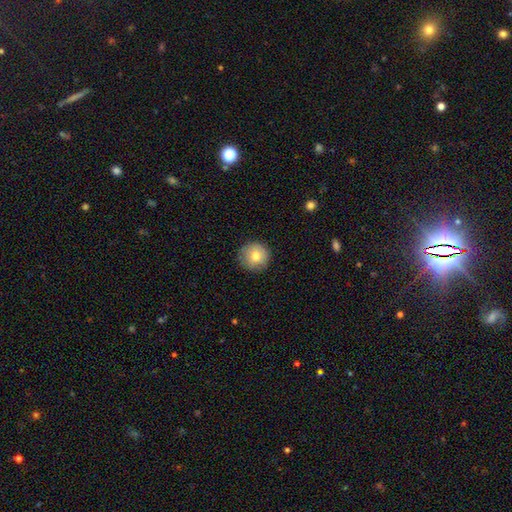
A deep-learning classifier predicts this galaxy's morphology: Smooth or featured? Predicted: smooth (p=0.78). How rounded? Predicted: round (p=0.94). Merging? Predicted: none (p=0.84).